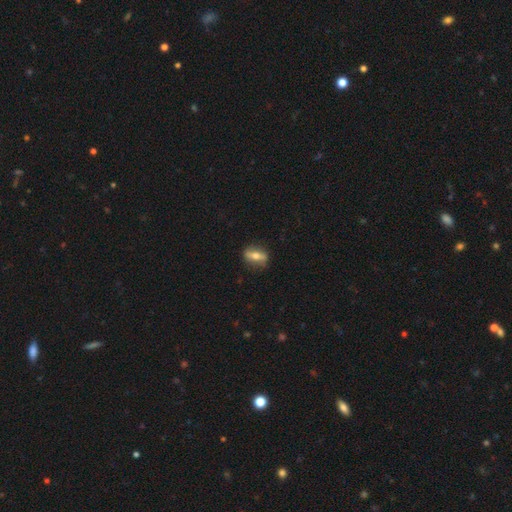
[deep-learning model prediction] This appears to be a featured or disk galaxy (50%). Merging: none (83%).